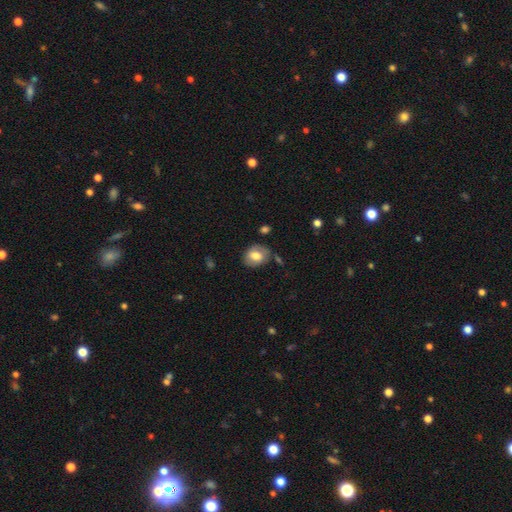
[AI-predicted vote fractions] A smooth galaxy with no disk features (69%) that is in between round and cigar-shaped (55%).

Vote fractions:
- Smooth or featured? smooth: 69% / featured or disk: 23% / star or artifact: 7%
- How rounded? in between: 55% / round: 44% / cigar-shaped: 1%
- Merging? none: 71% / minor disturbance: 20% / major disturbance: 5% / merger: 4%